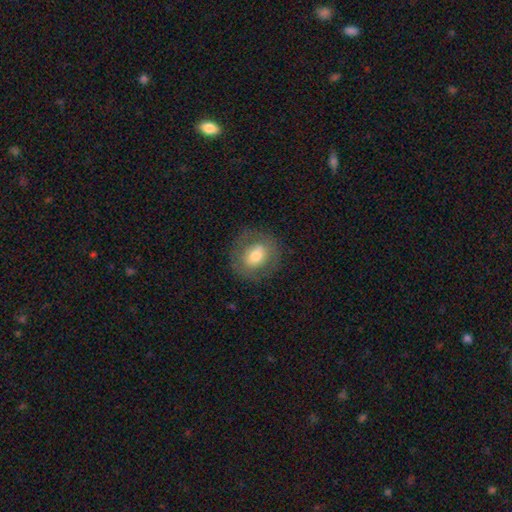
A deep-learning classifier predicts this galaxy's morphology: A smooth galaxy with no disk features (59%) that is round (70%). Merging: none (79%).